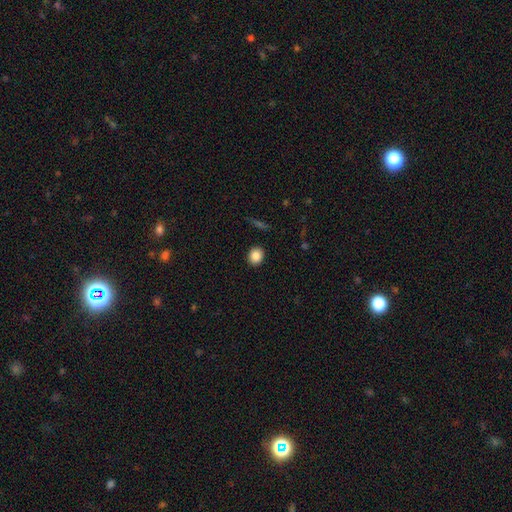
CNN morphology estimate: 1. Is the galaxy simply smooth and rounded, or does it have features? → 85% smooth, 9% star or artifact, 6% featured or disk.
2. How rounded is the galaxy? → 71% round, 28% in between, 1% cigar-shaped.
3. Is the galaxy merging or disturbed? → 91% none, 6% minor disturbance, 2% major disturbance, 1% merger.